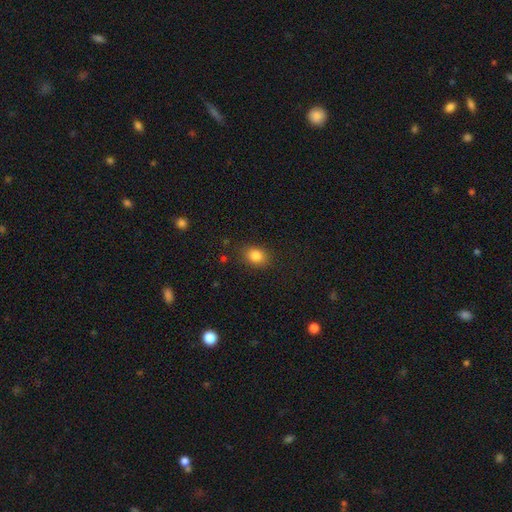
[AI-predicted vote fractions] Overall: smooth (84%). How rounded: in between (54%; round 45%). Merging: none (82%).